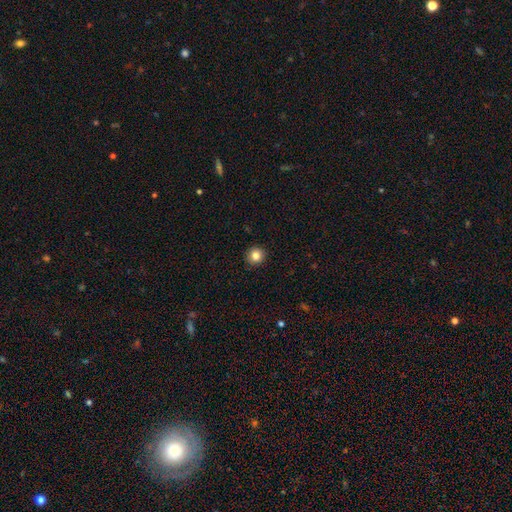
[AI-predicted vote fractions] Smooth or featured? smooth (83%)
How rounded? round (92%)
Merging? none (92%)